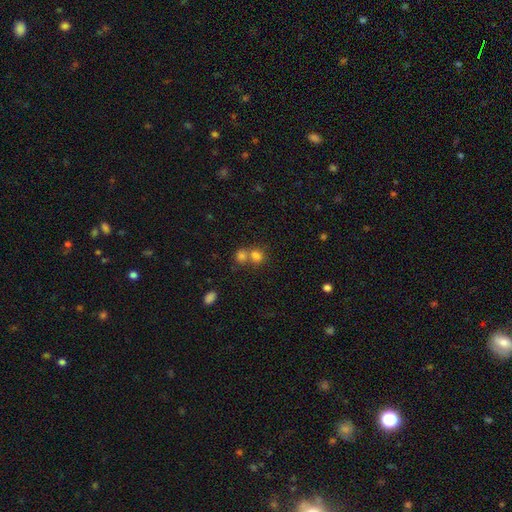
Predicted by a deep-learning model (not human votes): smooth-or-featured: smooth: 78% | star or artifact: 14% | featured or disk: 9%
  how-rounded: round: 73% | in between: 25% | cigar-shaped: 1%
  merging: merger: 51% | none: 39% | minor disturbance: 6% | major disturbance: 3%